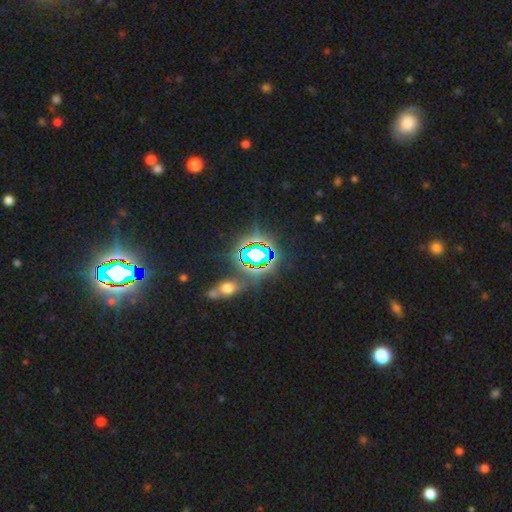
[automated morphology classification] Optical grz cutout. It shows a star or artifact, not a galaxy (73%).